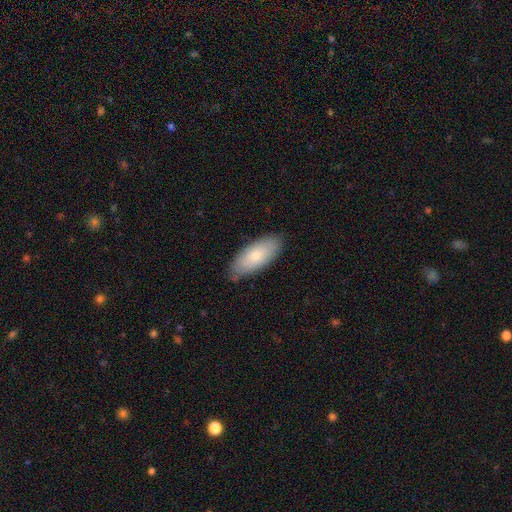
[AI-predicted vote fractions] Smooth or featured? Predicted: smooth (p=0.75). How rounded? Predicted: in between (p=0.84). Merging? Predicted: none (p=0.79).